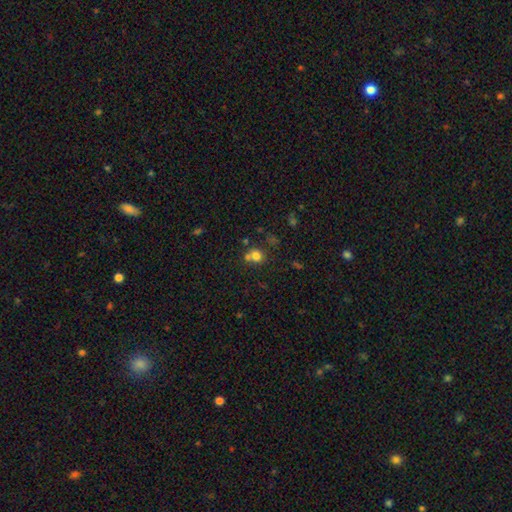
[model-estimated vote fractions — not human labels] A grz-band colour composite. It shows a smooth galaxy with no disk features (74%) that is round (77%). Merging: none (49%).